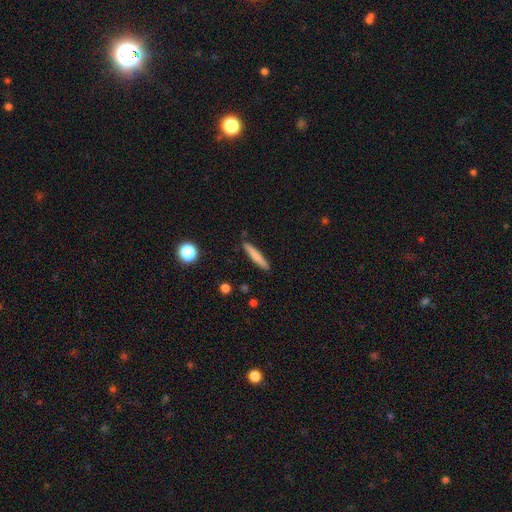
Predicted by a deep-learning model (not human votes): Smooth or featured: smooth — 75% (featured or disk — 19%)
How rounded: cigar-shaped — 93% (in between — 6%)
Merging: none — 89% (minor disturbance — 8%)